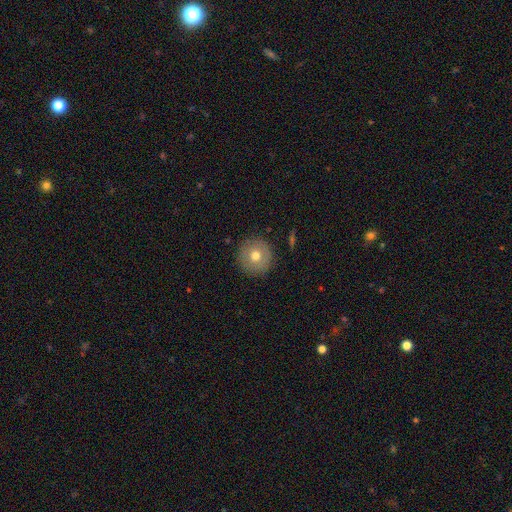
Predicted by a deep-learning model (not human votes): This appears to be a smooth galaxy with no disk features (70%) that is round (96%). Merging: none (90%).